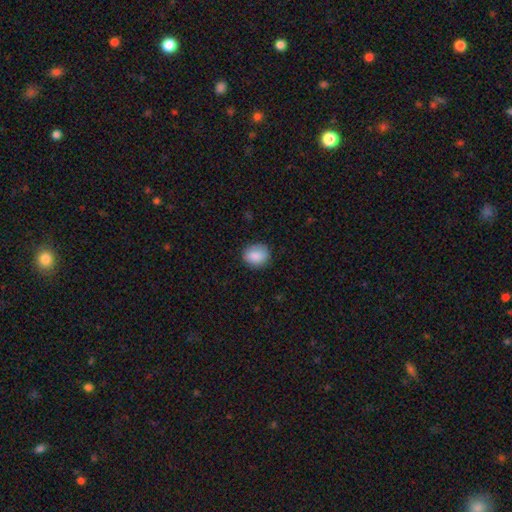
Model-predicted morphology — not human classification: Q: Smooth or featured?
A: smooth (87%); runner-up: star or artifact (8%)
Q: How rounded?
A: round (62%); runner-up: in between (37%)
Q: Merging?
A: none (85%); runner-up: minor disturbance (11%)